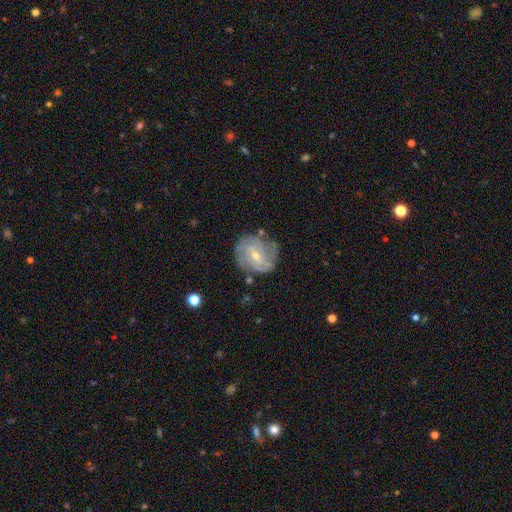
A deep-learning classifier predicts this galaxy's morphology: Smooth or featured? featured or disk (69%)
Edge-on disk? no (96%)
Bar? no (43%)
Spiral arms? yes (77%)
Spiral winding? tight (45%)
Spiral arm count? can't tell (39%)
Bulge size? small (61%)
Merging? none (69%)